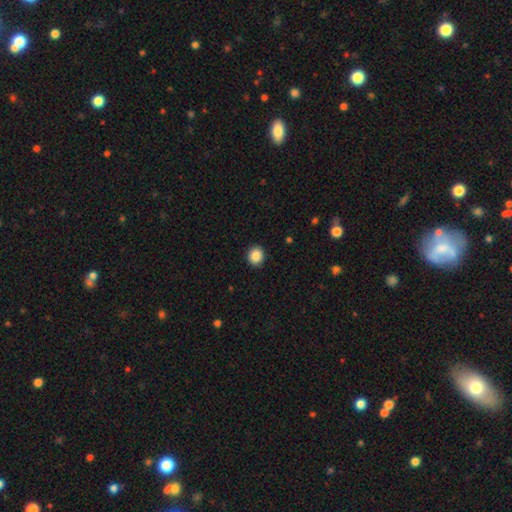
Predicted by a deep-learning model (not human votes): Smooth or featured? Predicted: smooth (p=0.87). How rounded? Predicted: round (p=0.84). Merging? Predicted: none (p=0.92).